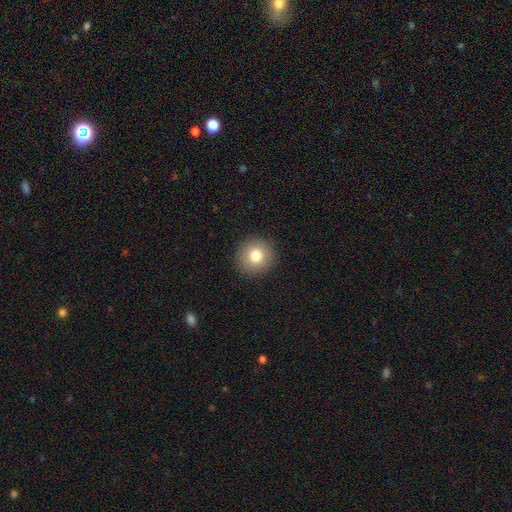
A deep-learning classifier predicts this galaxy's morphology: The model was most divided on "smooth or featured": smooth: 80%, featured or disk: 10%, star or artifact: 10%. More confident: how rounded — round (92%); merging — none (91%).